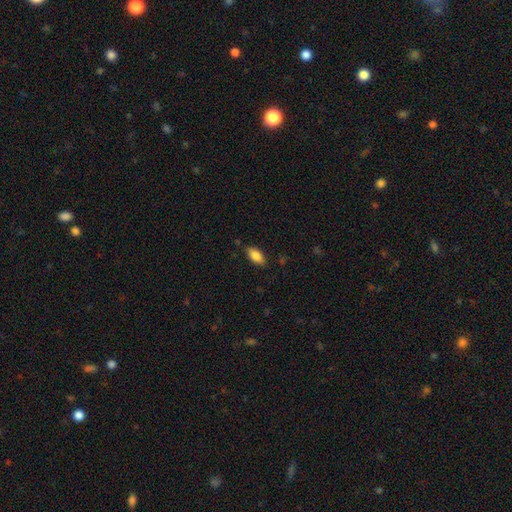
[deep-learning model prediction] smooth_or_featured: smooth (p=0.80) [alt: featured or disk p=0.13]
how_rounded: in between (p=0.87) [alt: cigar-shaped p=0.10]
merging: none (p=0.83) [alt: minor disturbance p=0.13]